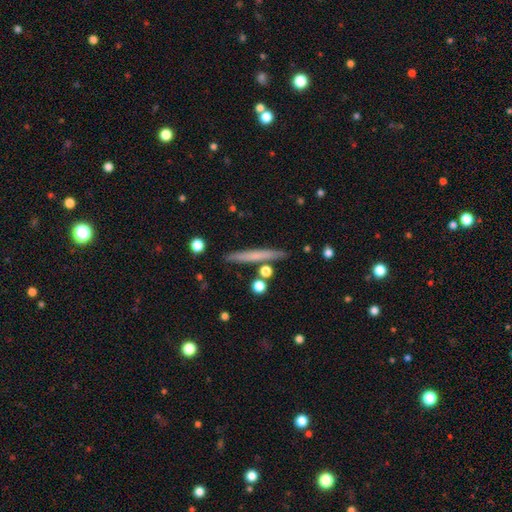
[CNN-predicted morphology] This appears to be a smooth galaxy with no disk features (57%) that is cigar-shaped (95%). Merging: none (86%).